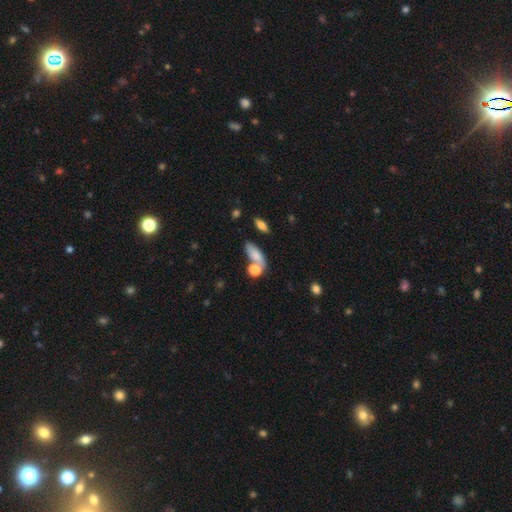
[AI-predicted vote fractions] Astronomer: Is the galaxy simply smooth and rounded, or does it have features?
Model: smooth — 76%.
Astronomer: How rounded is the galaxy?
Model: in between — 71%.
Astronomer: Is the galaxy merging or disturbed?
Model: none — 49% (runner-up: merger, 27%).